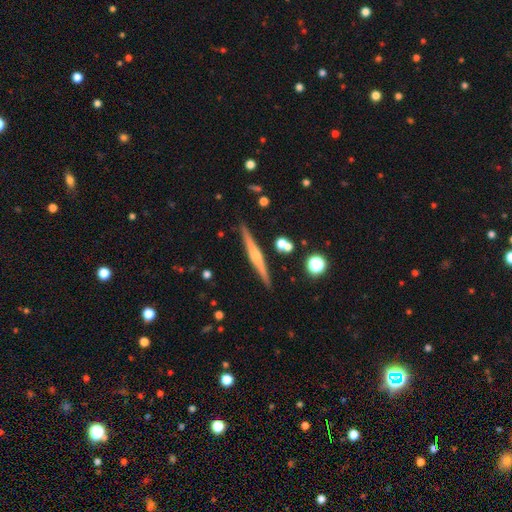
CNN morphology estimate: The model was most divided on "smooth or featured": featured or disk: 70%, smooth: 23%, star or artifact: 7%. More confident: edge-on disk — yes (98%); merging — none (89%); edge-on bulge — rounded (79%).